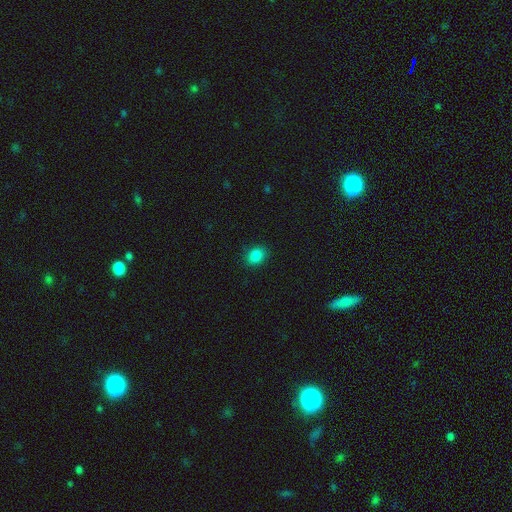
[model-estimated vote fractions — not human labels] smooth 85%, star or artifact 11%, featured or disk 4%. Down the decision tree: how rounded — in between (51%); merging — none (88%).